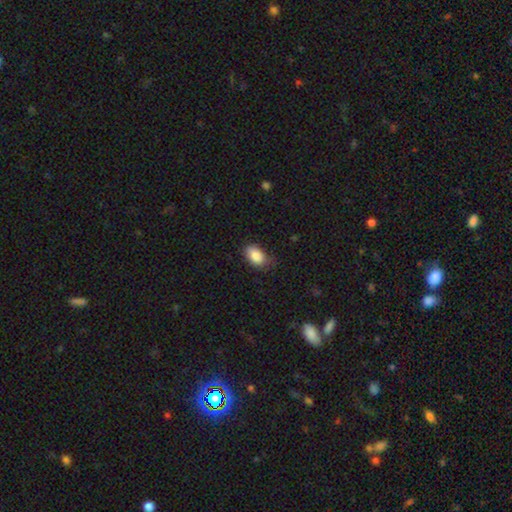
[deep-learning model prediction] A smooth galaxy with no disk features (87%) that is in between round and cigar-shaped (91%).

Vote fractions:
- Smooth or featured? smooth: 87% / star or artifact: 7% / featured or disk: 6%
- How rounded? in between: 91% / round: 8% / cigar-shaped: 2%
- Merging? none: 67% / minor disturbance: 26% / major disturbance: 5% / merger: 1%